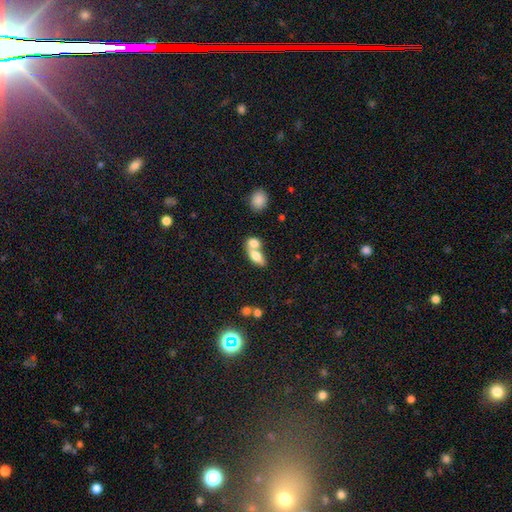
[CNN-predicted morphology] type=smooth (70%); roundness=in between (77%); merging=merger (64%).